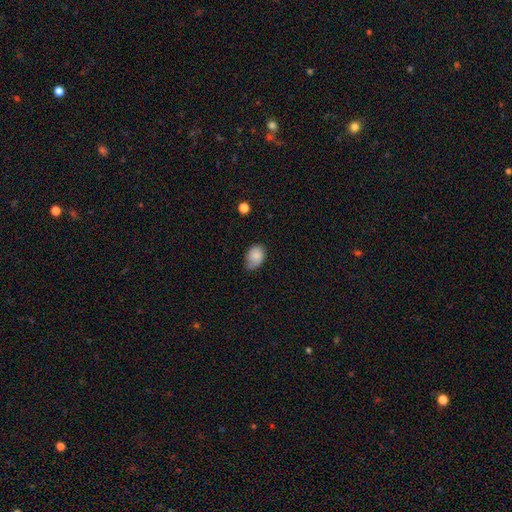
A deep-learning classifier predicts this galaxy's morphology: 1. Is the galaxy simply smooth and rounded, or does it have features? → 83% smooth, 9% featured or disk, 8% star or artifact.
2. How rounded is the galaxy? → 79% in between, 20% round, 1% cigar-shaped.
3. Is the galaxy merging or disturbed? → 53% none, 38% minor disturbance, 7% major disturbance, 2% merger.